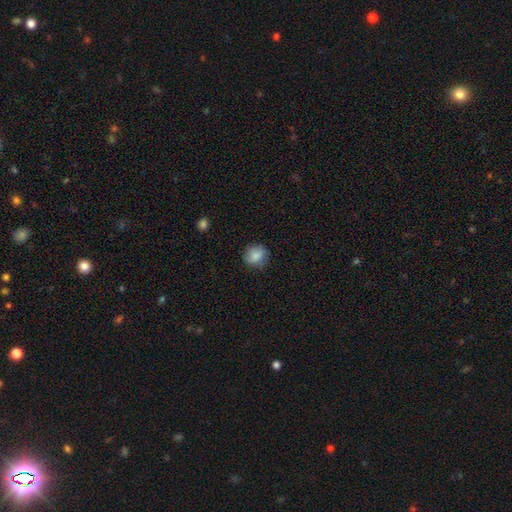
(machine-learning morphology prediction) Q: Smooth or featured?
A: smooth (84%); runner-up: star or artifact (9%)
Q: How rounded?
A: round (78%); runner-up: in between (21%)
Q: Merging?
A: none (79%); runner-up: minor disturbance (16%)